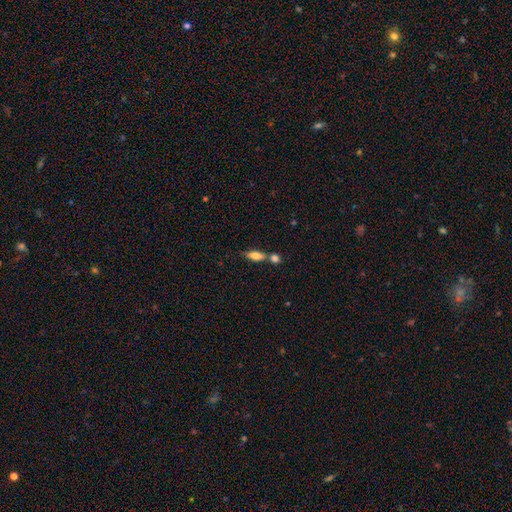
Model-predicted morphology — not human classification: This appears to be a smooth galaxy with no disk features (72%) that is in between round and cigar-shaped (69%). Merging: none (56%).